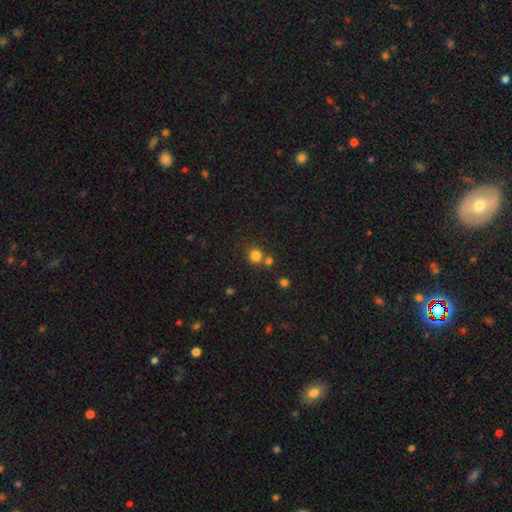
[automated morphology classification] A smooth galaxy with no disk features (80%) that is round (89%).

Vote fractions:
- Smooth or featured? smooth: 80% / star or artifact: 14% / featured or disk: 5%
- How rounded? round: 89% / in between: 10% / cigar-shaped: 1%
- Merging? none: 66% / merger: 22% / minor disturbance: 8% / major disturbance: 3%